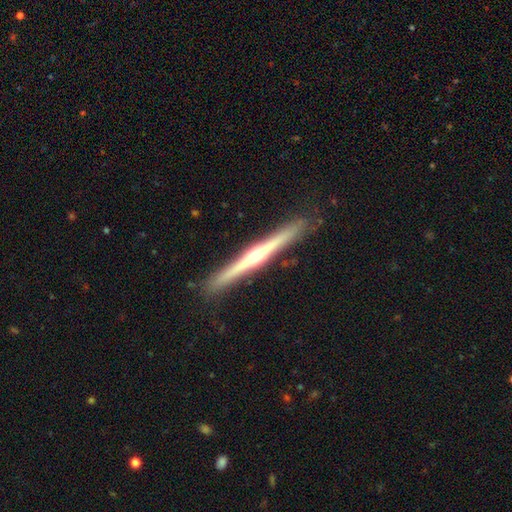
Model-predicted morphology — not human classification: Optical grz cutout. It shows a featured or disk galaxy (78%) viewed edge-on (98%) with a rounded central bulge (84%). Merging: none (90%).